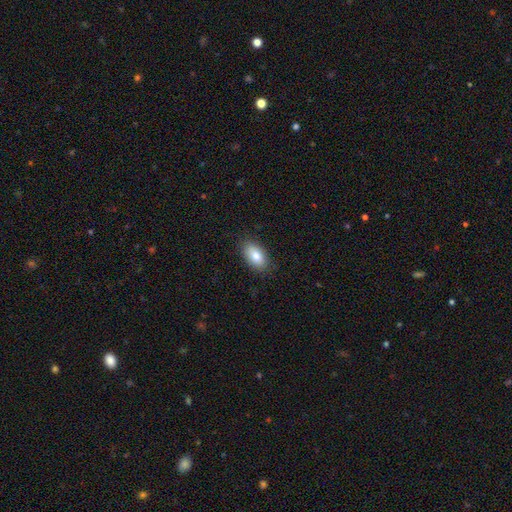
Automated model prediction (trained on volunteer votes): smooth 83%, featured or disk 10%, star or artifact 7%. Down the decision tree: how rounded — in between (92%); merging — none (86%).